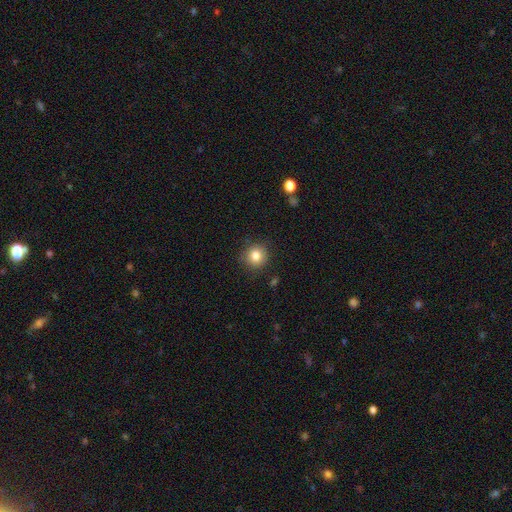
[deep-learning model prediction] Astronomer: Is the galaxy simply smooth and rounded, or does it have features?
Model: smooth — 83%.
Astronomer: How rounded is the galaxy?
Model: round — 90%.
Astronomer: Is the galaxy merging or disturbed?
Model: none — 87%.